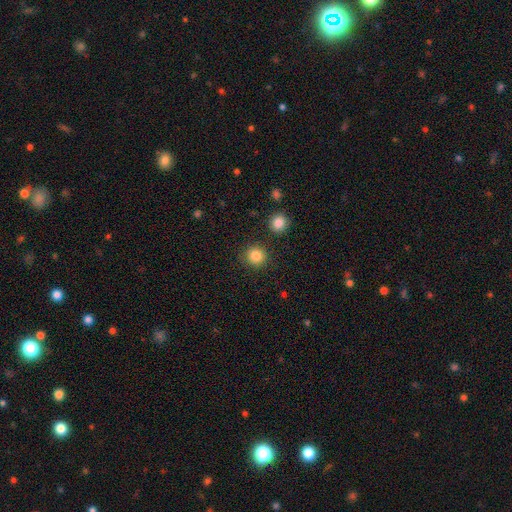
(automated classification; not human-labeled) smooth_or_featured: smooth (p=0.85) [alt: star or artifact p=0.11]
how_rounded: round (p=0.92) [alt: in between p=0.07]
merging: none (p=0.87) [alt: minor disturbance p=0.07]